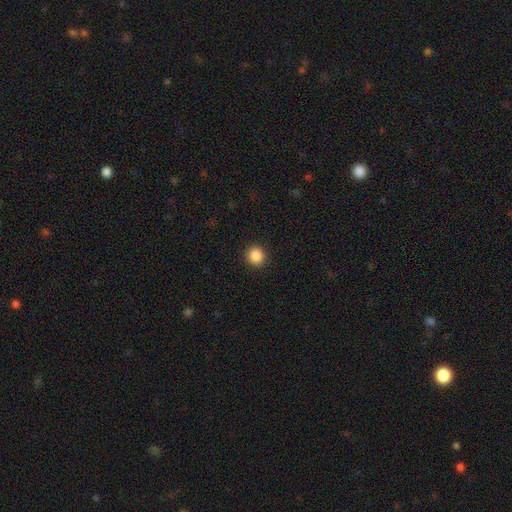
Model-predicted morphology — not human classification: type=smooth (88%); roundness=round (91%); merging=none (92%).